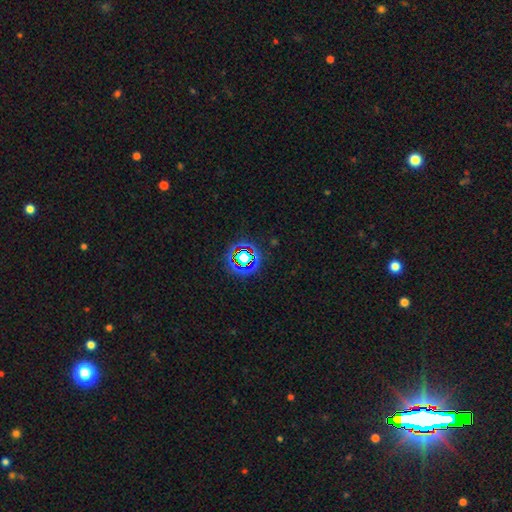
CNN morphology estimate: star or artifact 66%, smooth 19%, featured or disk 16%.